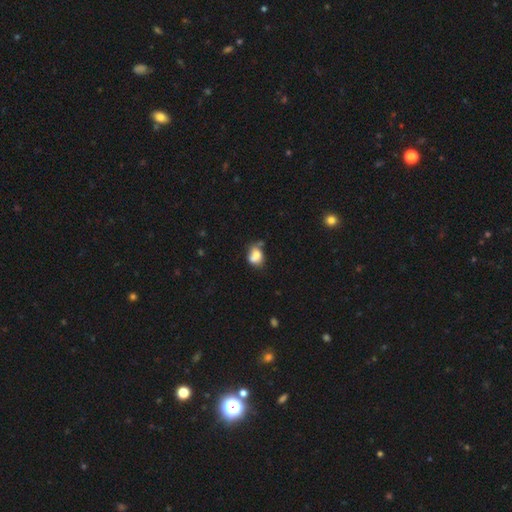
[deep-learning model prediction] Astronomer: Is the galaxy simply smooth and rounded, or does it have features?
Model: smooth — 73%.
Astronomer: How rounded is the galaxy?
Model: in between — 60% (runner-up: round, 39%).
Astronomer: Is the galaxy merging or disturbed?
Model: none — 34% (runner-up: minor disturbance, 27%).